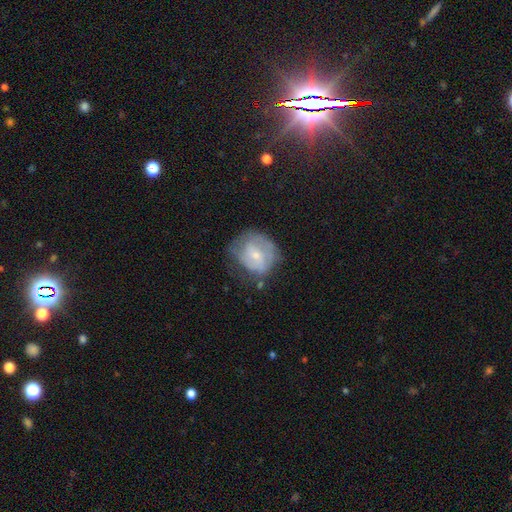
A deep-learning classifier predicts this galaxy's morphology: smooth-or-featured: featured or disk: 57% | smooth: 35% | star or artifact: 7%
  disk-edge-on: no: 97% | yes: 3%
    bar: no: 53% | weak: 39% | strong: 9%
    has-spiral-arms: yes: 68% | no: 32%
    bulge-size: small: 64% | moderate: 31% | none: 3% | large: 2% | dominant: 1%
  merging: none: 51% | minor disturbance: 30% | major disturbance: 16% | merger: 3%